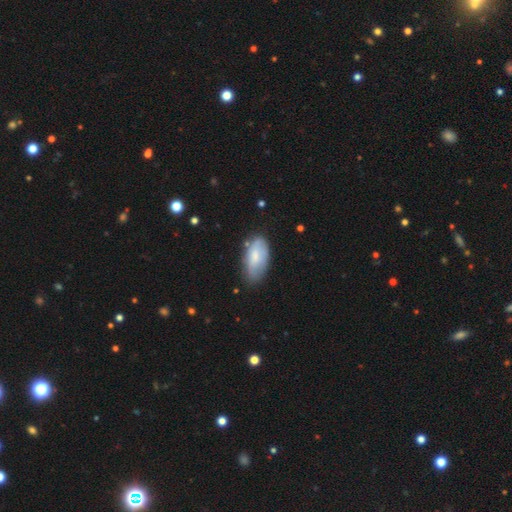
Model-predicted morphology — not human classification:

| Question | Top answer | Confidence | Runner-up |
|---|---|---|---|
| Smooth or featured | smooth | 70% | featured or disk (24%) |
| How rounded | in between | 92% | cigar-shaped (6%) |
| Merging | none | 63% | minor disturbance (27%) |